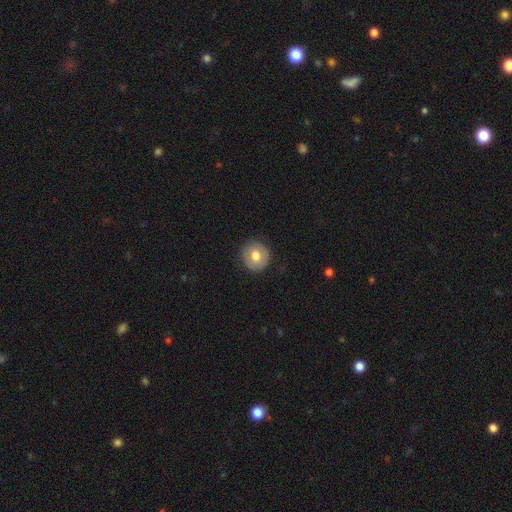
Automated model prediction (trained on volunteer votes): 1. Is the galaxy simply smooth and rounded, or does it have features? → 72% smooth, 20% featured or disk, 7% star or artifact.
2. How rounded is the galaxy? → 92% round, 7% in between, 1% cigar-shaped.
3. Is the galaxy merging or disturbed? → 90% none, 7% minor disturbance, 2% major disturbance, 1% merger.